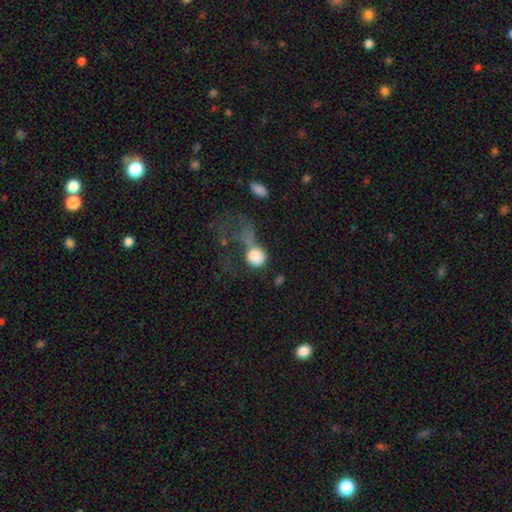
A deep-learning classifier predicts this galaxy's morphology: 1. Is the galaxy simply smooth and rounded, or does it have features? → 74% smooth, 16% featured or disk, 9% star or artifact.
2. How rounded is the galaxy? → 71% round, 27% in between, 2% cigar-shaped.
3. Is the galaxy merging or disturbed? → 57% major disturbance, 18% merger, 13% none, 11% minor disturbance.